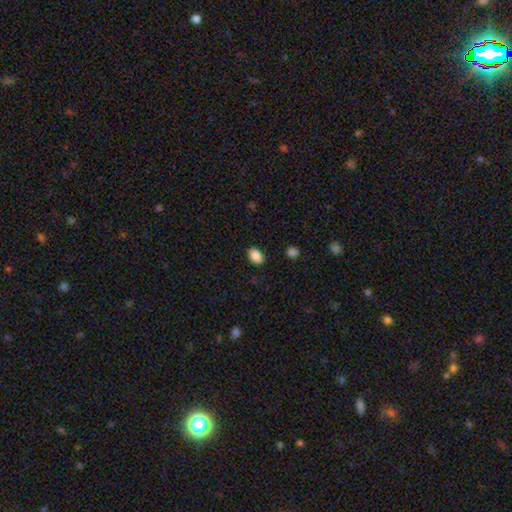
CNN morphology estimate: A smooth galaxy with no disk features (88%) that is in between round and cigar-shaped (80%).

Vote fractions:
- Smooth or featured? smooth: 88% / star or artifact: 8% / featured or disk: 4%
- How rounded? in between: 80% / round: 19% / cigar-shaped: 1%
- Merging? none: 87% / minor disturbance: 9% / major disturbance: 2% / merger: 1%